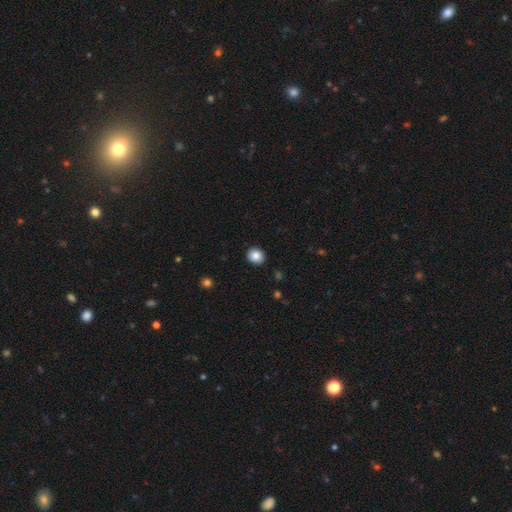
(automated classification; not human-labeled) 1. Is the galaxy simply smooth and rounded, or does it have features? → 86% smooth, 9% star or artifact, 4% featured or disk.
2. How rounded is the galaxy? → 79% round, 20% in between, 1% cigar-shaped.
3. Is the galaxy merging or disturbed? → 91% none, 6% minor disturbance, 2% major disturbance, 1% merger.